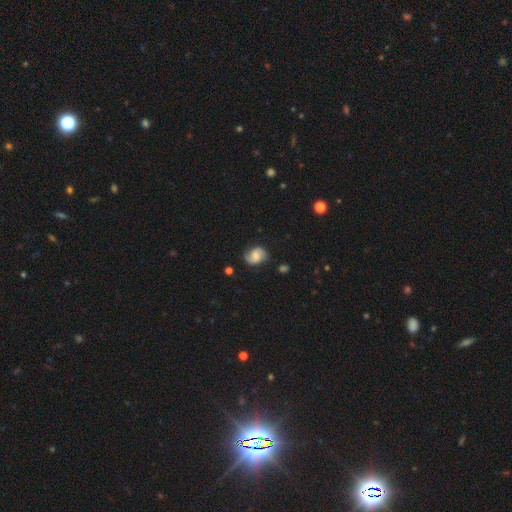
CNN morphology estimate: smooth-or-featured: featured or disk: 60% | smooth: 32% | star or artifact: 8%
  disk-edge-on: no: 98% | yes: 2%
    bar: no: 52% | weak: 40% | strong: 8%
    has-spiral-arms: yes: 93% | no: 7%
      spiral-winding: medium: 44% | loose: 32% | tight: 24%
      spiral-arm-count: 2: 88% | can't tell: 6% | 1: 3% | 3: 1% | 4: 1% | more than 4: 1%
    bulge-size: moderate: 47% | small: 35% | none: 11% | large: 6% | dominant: 2%
  merging: none: 78% | minor disturbance: 16% | major disturbance: 4% | merger: 2%